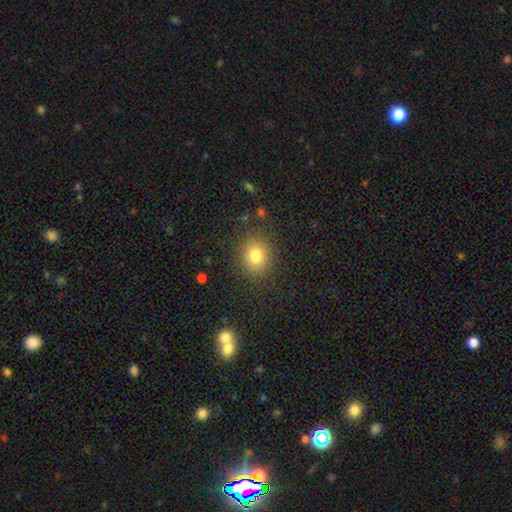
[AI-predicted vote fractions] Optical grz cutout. It shows a smooth galaxy with no disk features (79%) that is round (67%). Merging: none (86%).